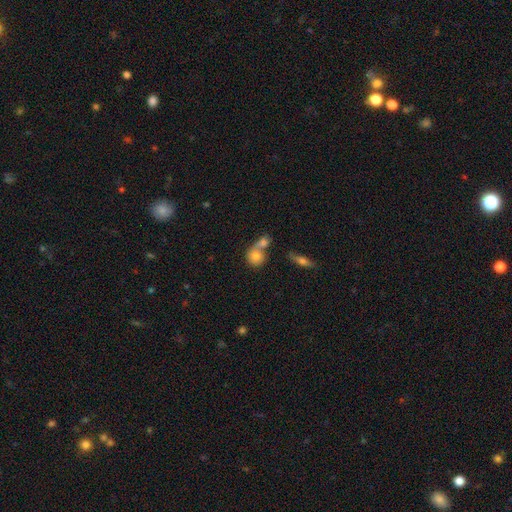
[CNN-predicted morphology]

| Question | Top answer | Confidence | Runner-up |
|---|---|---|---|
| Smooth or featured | smooth | 76% | featured or disk (15%) |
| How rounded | round | 73% | in between (24%) |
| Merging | merger | 55% | none (32%) |